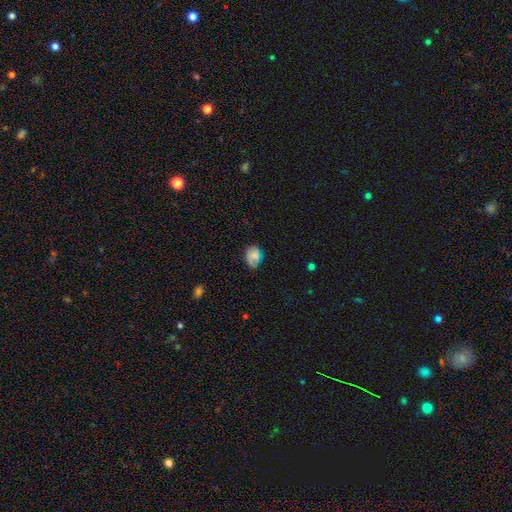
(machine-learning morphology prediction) Overall: smooth (71%). How rounded: in between (62%; round 37%). Merging: none (73%).